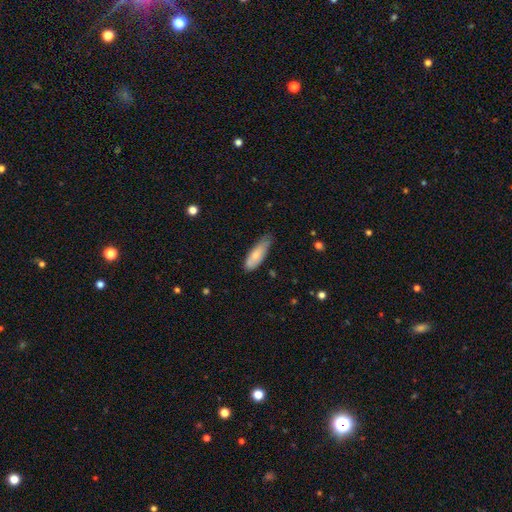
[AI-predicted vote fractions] This is likely a smooth galaxy (73%). How rounded: possibly in between (58%). Merging: possibly none (53%).